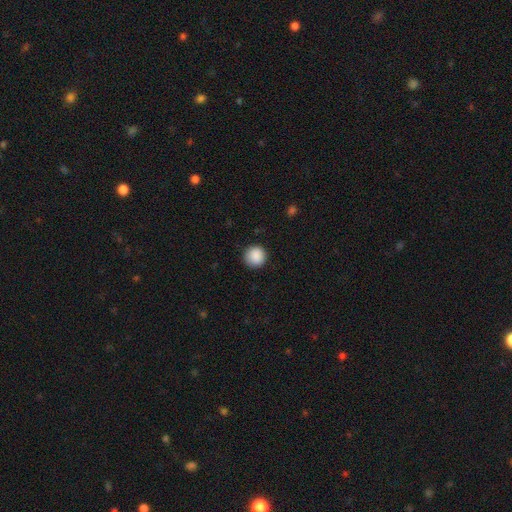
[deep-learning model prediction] The model was most divided on "smooth or featured": smooth: 89%, star or artifact: 9%, featured or disk: 3%. More confident: how rounded — round (95%); merging — none (90%).